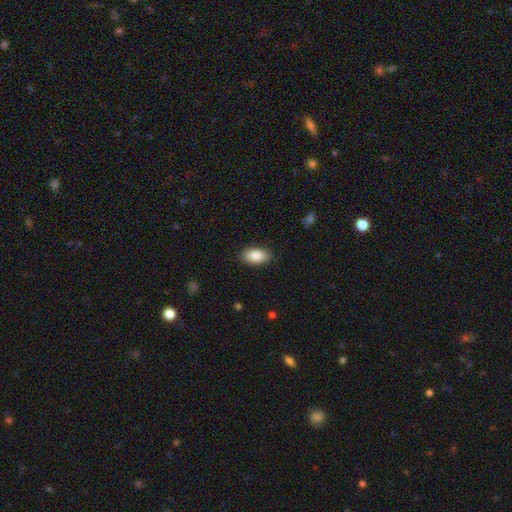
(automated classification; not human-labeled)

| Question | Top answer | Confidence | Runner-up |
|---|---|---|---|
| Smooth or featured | smooth | 87% | featured or disk (7%) |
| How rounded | in between | 92% | cigar-shaped (5%) |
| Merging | none | 88% | minor disturbance (8%) |